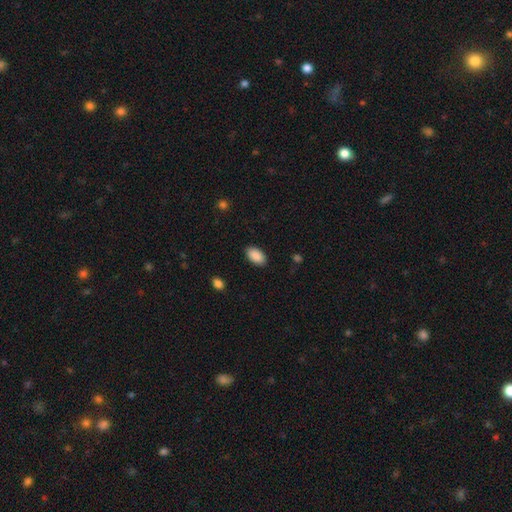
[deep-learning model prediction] Smooth or featured? Predicted: smooth (p=0.90). How rounded? Predicted: in between (p=0.95). Merging? Predicted: none (p=0.88).